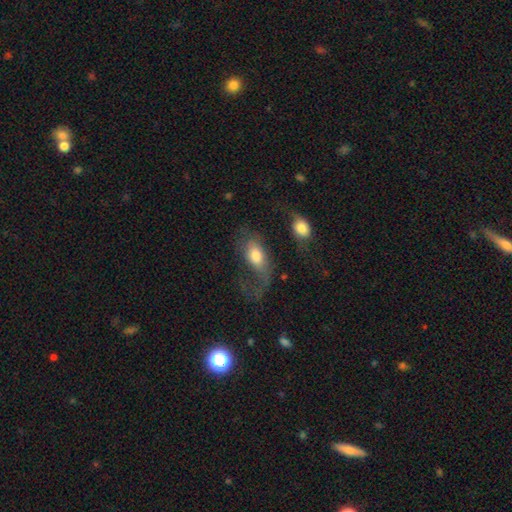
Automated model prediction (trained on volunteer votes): smooth_or_featured: smooth (p=0.59) [alt: featured or disk p=0.33]
how_rounded: in between (p=0.87) [alt: round p=0.09]
merging: major disturbance (p=0.42) [alt: none p=0.27]